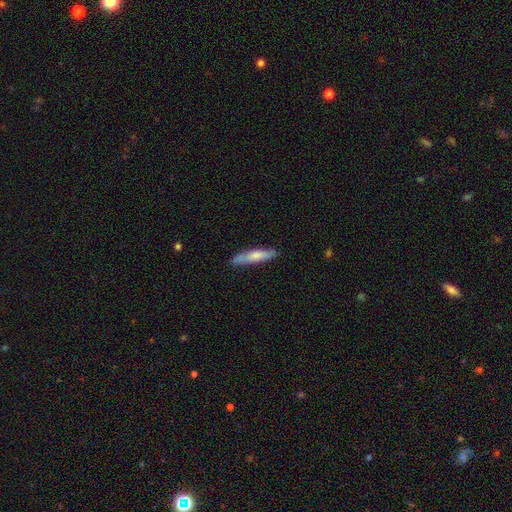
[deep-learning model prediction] The model was most divided on "smooth or featured": smooth: 68%, featured or disk: 27%, star or artifact: 5%. More confident: how rounded — cigar-shaped (87%); merging — none (82%).